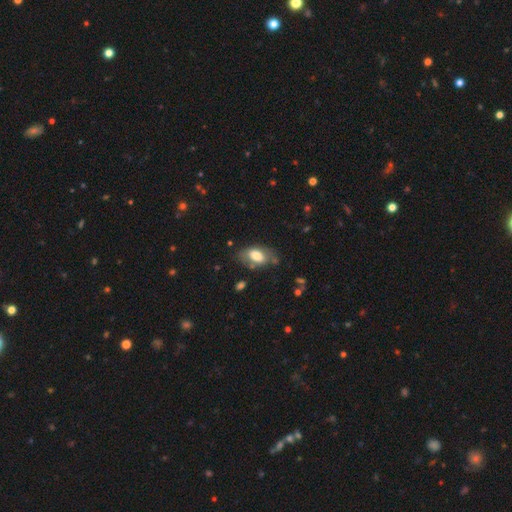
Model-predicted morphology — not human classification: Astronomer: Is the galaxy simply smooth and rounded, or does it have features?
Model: smooth — 69%.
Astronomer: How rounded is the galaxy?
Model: in between — 90%.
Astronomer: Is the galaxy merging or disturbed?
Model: none — 63%.